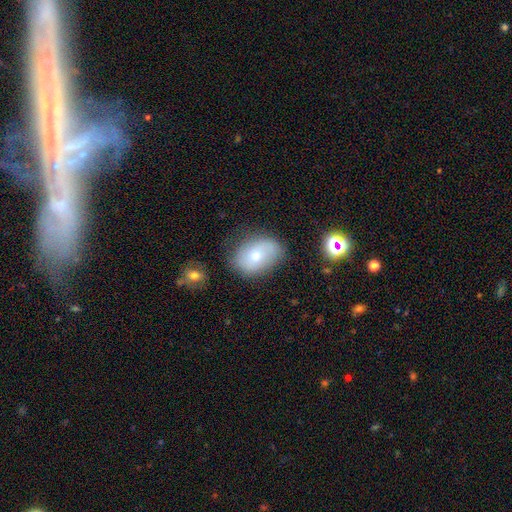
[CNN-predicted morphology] This is likely a smooth galaxy (60%). How rounded: likely in between (76%). Merging: likely none (74%).